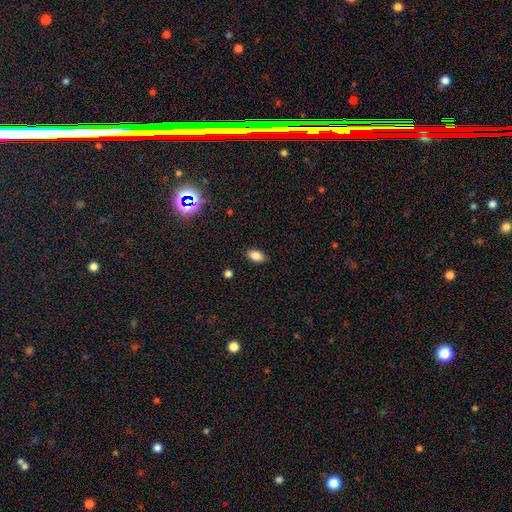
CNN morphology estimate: smooth_or_featured: smooth (p=0.85) [alt: star or artifact p=0.09]
how_rounded: in between (p=0.91) [alt: round p=0.07]
merging: none (p=0.87) [alt: minor disturbance p=0.10]